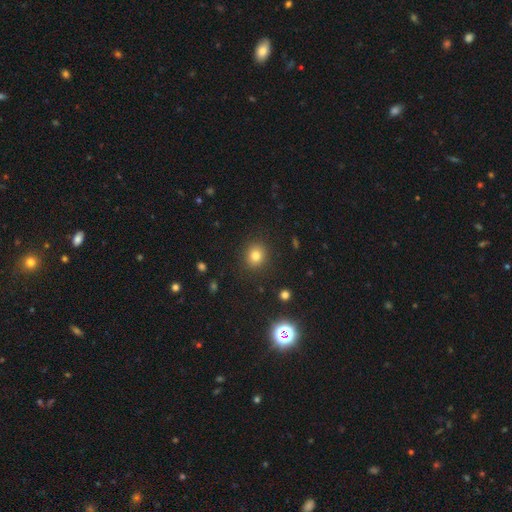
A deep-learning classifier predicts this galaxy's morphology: Q: Smooth or featured?
A: smooth (80%); runner-up: star or artifact (13%)
Q: How rounded?
A: round (80%); runner-up: in between (19%)
Q: Merging?
A: none (89%); runner-up: minor disturbance (7%)